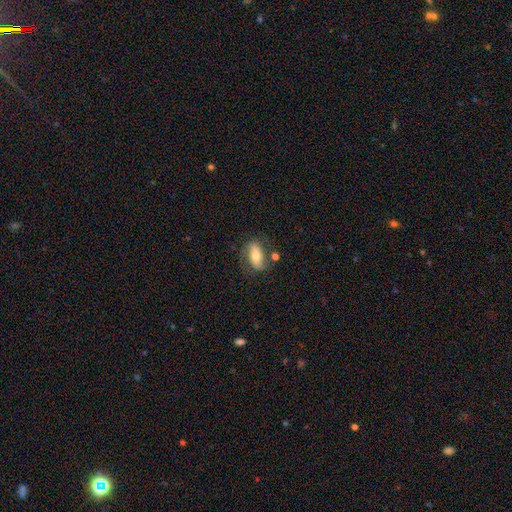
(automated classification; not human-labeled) Smooth or featured?
  - smooth: 51% *
  - featured or disk: 41%
  - star or artifact: 7%
How rounded?
  - in between: 82% *
  - cigar-shaped: 12%
  - round: 6%
Merging?
  - none: 69% *
  - minor disturbance: 18%
  - merger: 7%
  - major disturbance: 6%